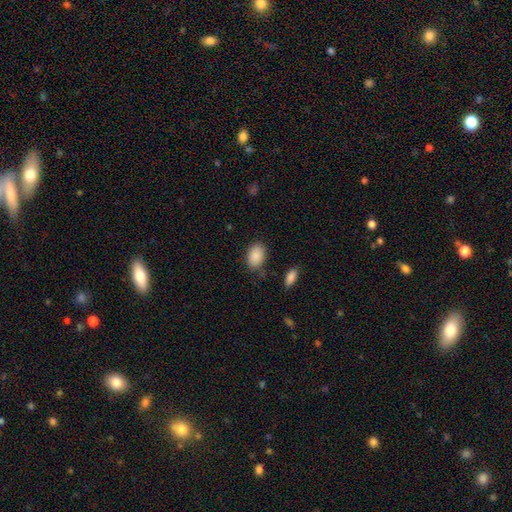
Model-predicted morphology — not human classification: type=smooth (89%); roundness=in between (88%); merging=none (80%).